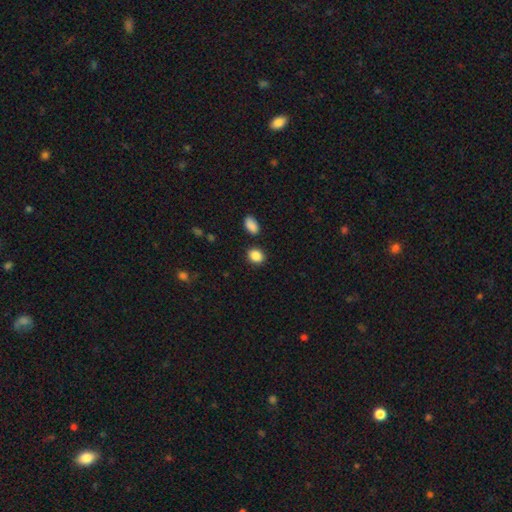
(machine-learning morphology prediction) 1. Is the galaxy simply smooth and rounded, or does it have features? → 88% smooth, 9% star or artifact, 3% featured or disk.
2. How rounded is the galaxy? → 54% round, 45% in between, 1% cigar-shaped.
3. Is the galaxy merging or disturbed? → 84% none, 9% minor disturbance, 5% merger, 3% major disturbance.